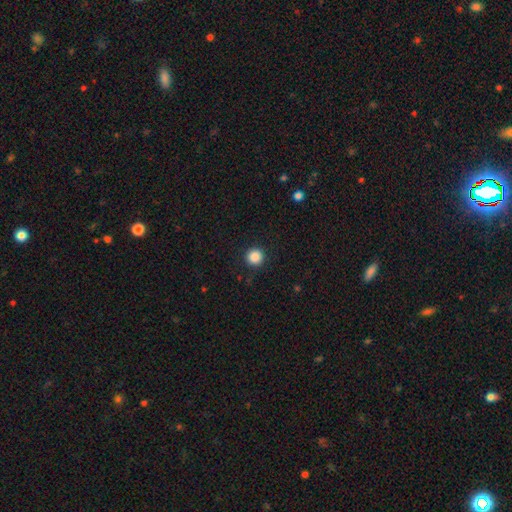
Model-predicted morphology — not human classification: smooth_or_featured: smooth (p=0.87) [alt: star or artifact p=0.10]
how_rounded: round (p=0.95) [alt: in between p=0.04]
merging: none (p=0.92) [alt: minor disturbance p=0.05]